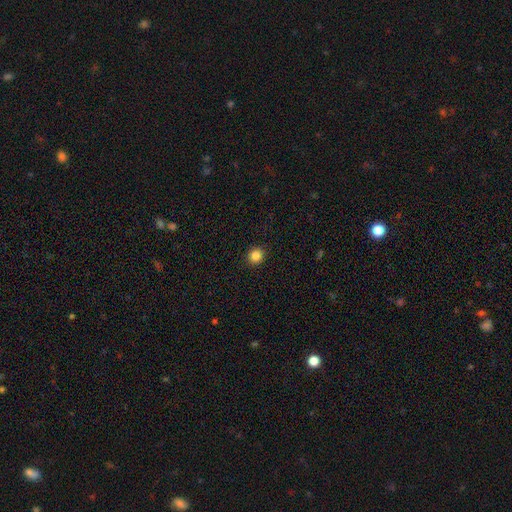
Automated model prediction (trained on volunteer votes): A smooth galaxy with no disk features (85%) that is round (90%). Merging: none (92%).